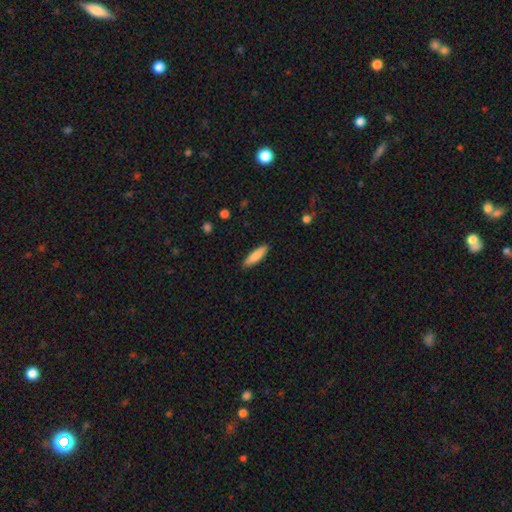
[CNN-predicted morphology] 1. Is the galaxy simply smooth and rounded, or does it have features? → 84% smooth, 11% featured or disk, 6% star or artifact.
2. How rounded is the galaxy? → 64% cigar-shaped, 35% in between, 1% round.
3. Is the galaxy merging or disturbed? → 89% none, 8% minor disturbance, 2% major disturbance, 1% merger.